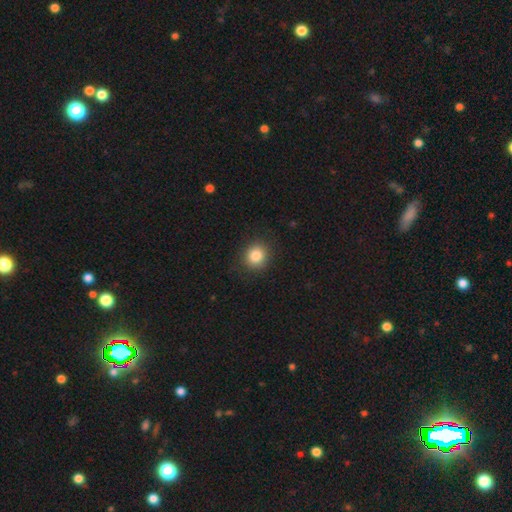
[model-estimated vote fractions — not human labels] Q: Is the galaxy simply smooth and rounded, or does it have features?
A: smooth — 84%.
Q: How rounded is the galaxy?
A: round — 86%.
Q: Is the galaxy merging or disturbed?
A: none — 89%.